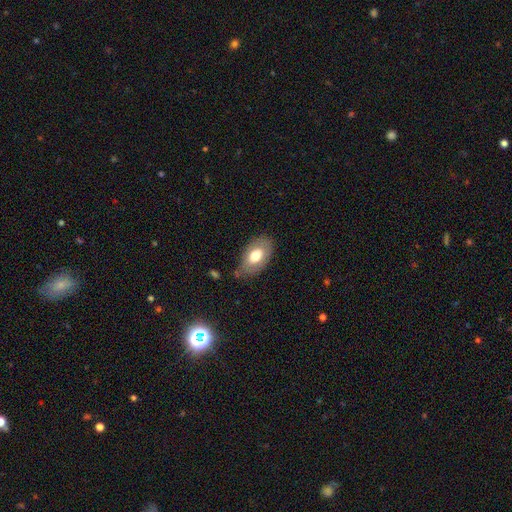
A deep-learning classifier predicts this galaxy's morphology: type=smooth (68%); roundness=in between (92%); merging=none (68%).